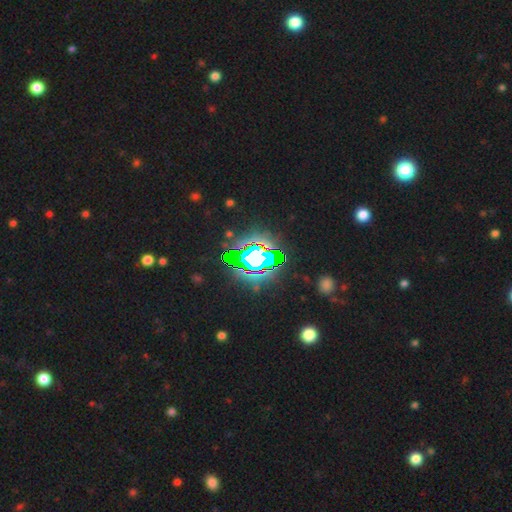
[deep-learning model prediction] Morphology: type=star or artifact (78%).